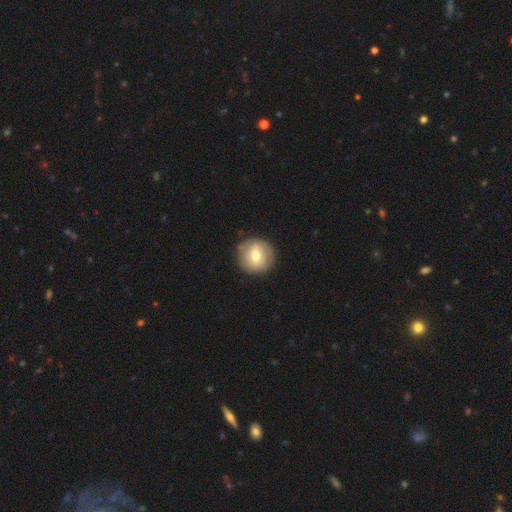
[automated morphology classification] Smooth or featured?
  - smooth: 62% *
  - featured or disk: 30%
  - star or artifact: 8%
How rounded?
  - round: 94% *
  - in between: 5%
  - cigar-shaped: 1%
Merging?
  - none: 87% *
  - minor disturbance: 9%
  - major disturbance: 3%
  - merger: 1%